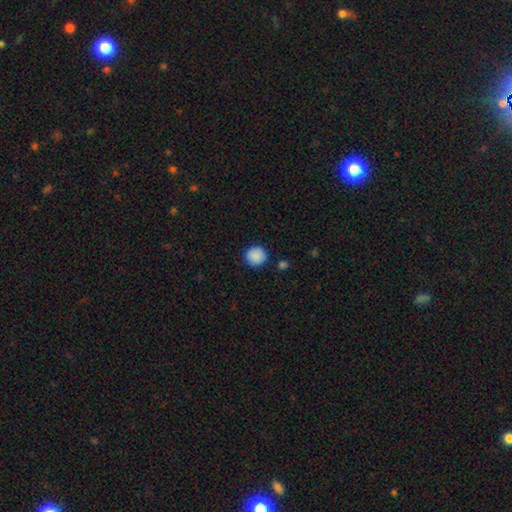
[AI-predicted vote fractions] A smooth galaxy with no disk features (89%) that is round (93%).

Vote fractions:
- Smooth or featured? smooth: 89% / star or artifact: 8% / featured or disk: 4%
- How rounded? round: 93% / in between: 6% / cigar-shaped: 1%
- Merging? none: 86% / minor disturbance: 9% / merger: 2% / major disturbance: 2%